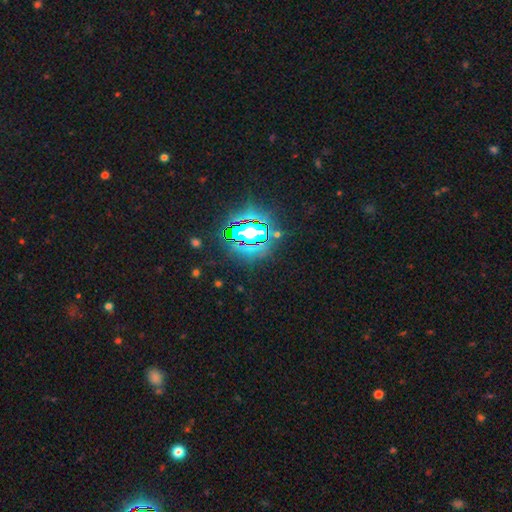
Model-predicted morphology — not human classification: A star or artifact, not a galaxy (84%).

Vote fractions:
- Smooth or featured? star or artifact: 84% / smooth: 9% / featured or disk: 7%